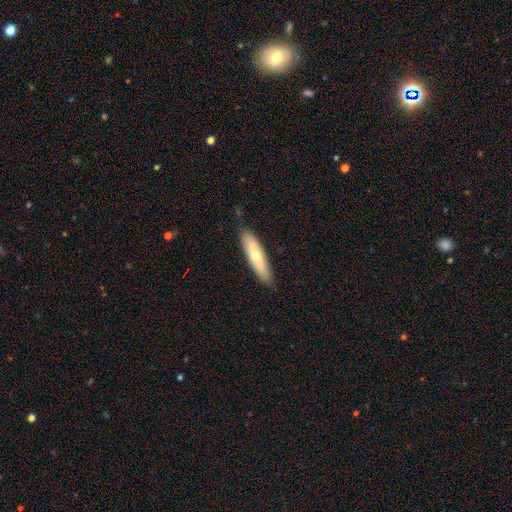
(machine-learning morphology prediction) smooth_or_featured: smooth (p=0.58) [alt: featured or disk p=0.36]
how_rounded: cigar-shaped (p=0.71) [alt: in between p=0.27]
merging: none (p=0.85) [alt: minor disturbance p=0.12]